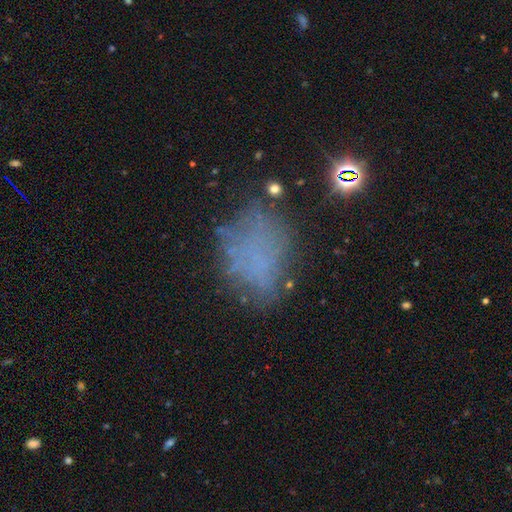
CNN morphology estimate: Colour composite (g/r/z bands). It shows a smooth galaxy with no disk features (47%). Merging: none (56%).